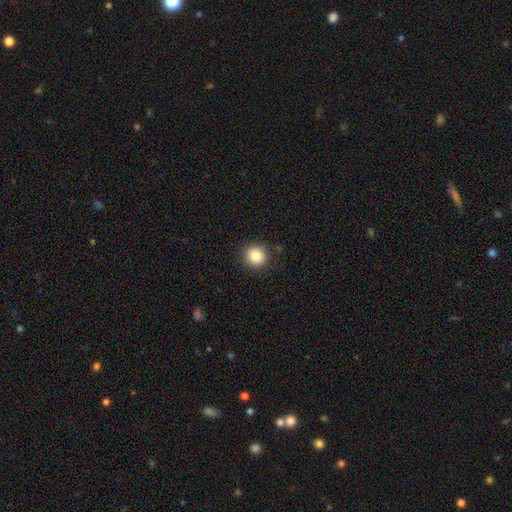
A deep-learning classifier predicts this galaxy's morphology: This appears to be a smooth galaxy with no disk features (85%) that is round (92%). Merging: none (89%).